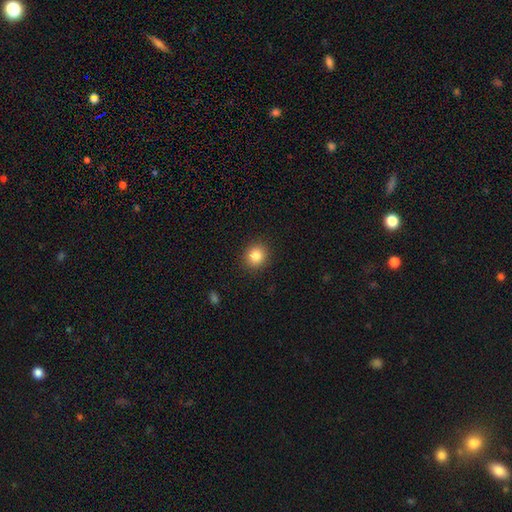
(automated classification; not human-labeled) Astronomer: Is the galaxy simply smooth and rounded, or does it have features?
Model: smooth — 85%.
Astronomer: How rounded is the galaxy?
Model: round — 83%.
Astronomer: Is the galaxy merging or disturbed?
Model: none — 90%.